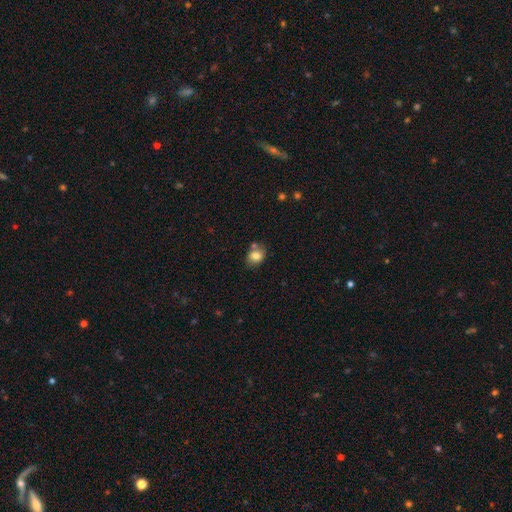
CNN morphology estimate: This is clearly a smooth galaxy (80%). How rounded: possibly in between (55%). Merging: likely none (63%).